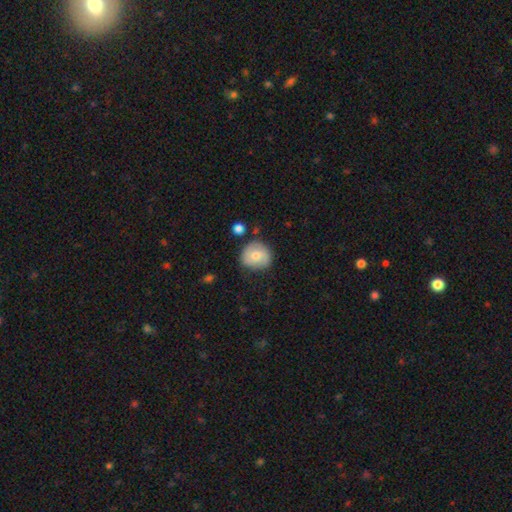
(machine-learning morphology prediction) smooth_or_featured: smooth (p=0.63) [alt: featured or disk p=0.30]
how_rounded: round (p=0.84) [alt: in between p=0.15]
merging: none (p=0.74) [alt: minor disturbance p=0.19]